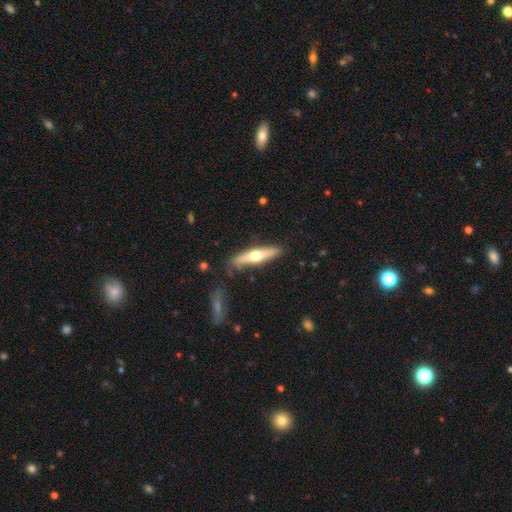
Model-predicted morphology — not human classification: The model was most divided on "smooth or featured": featured or disk: 48%, smooth: 47%, star or artifact: 5%. More confident: merging — none (82%).